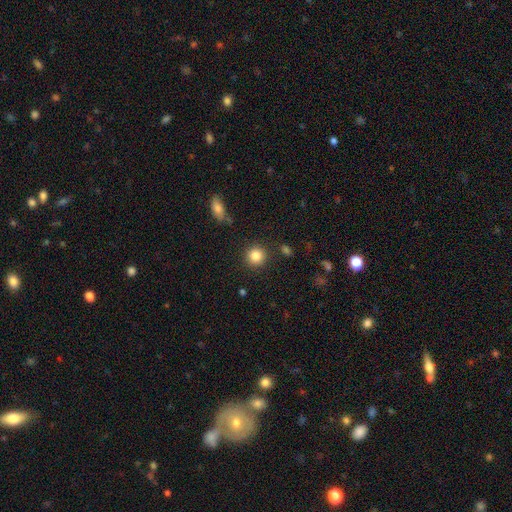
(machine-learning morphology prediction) smooth 84%, star or artifact 10%, featured or disk 5%. Down the decision tree: how rounded — round (92%); merging — none (88%).